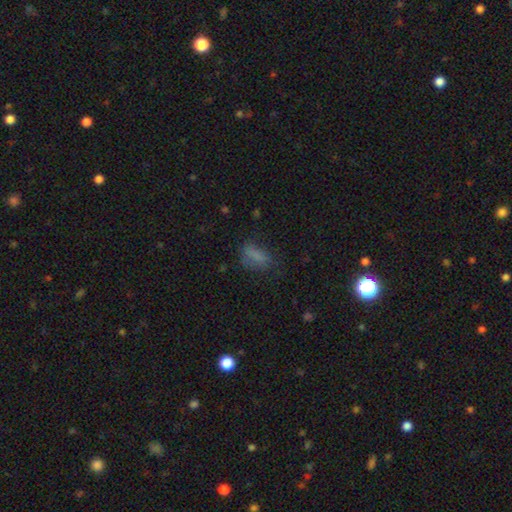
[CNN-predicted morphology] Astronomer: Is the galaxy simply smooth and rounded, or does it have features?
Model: smooth — 73%.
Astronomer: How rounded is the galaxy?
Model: in between — 75%.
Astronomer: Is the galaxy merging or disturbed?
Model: none — 56%.